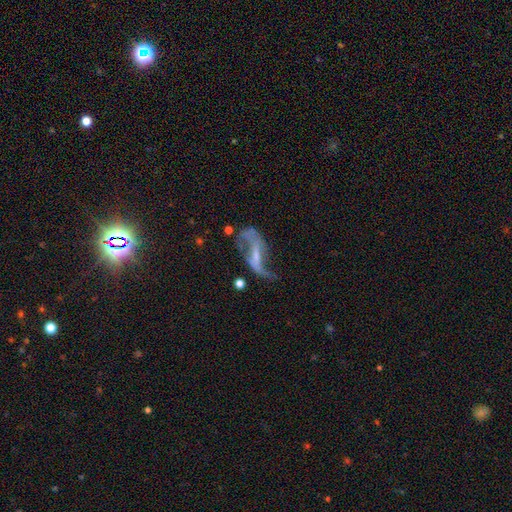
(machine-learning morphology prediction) This is likely a featured or disk galaxy (76%). It is clearly not viewed edge-on (93%). Bar: marginally weak (39%). Spiral arm pattern: likely yes (72%). Spiral arm count: likely 2 (76%). Spiral winding: clearly loose (82%). Central bulge: marginally small (44%). Merging: marginally major disturbance (40%).